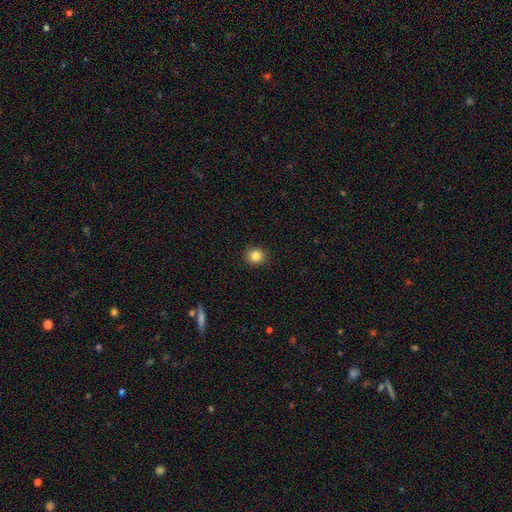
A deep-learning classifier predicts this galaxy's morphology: Overall: smooth (84%). How rounded: round (89%). Merging: none (92%).